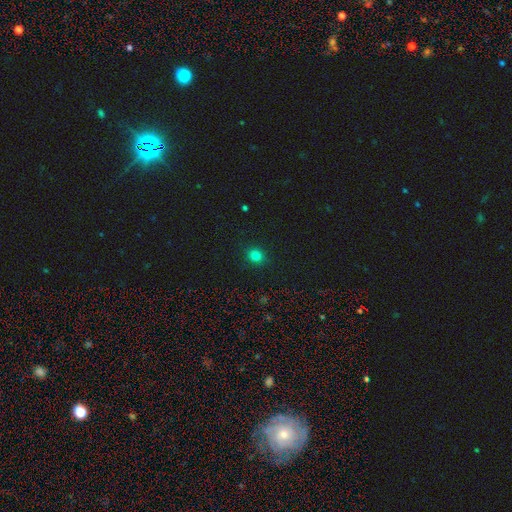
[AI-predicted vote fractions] Smooth or featured? Predicted: smooth (p=0.80). How rounded? Predicted: round (p=0.77). Merging? Predicted: none (p=0.91).